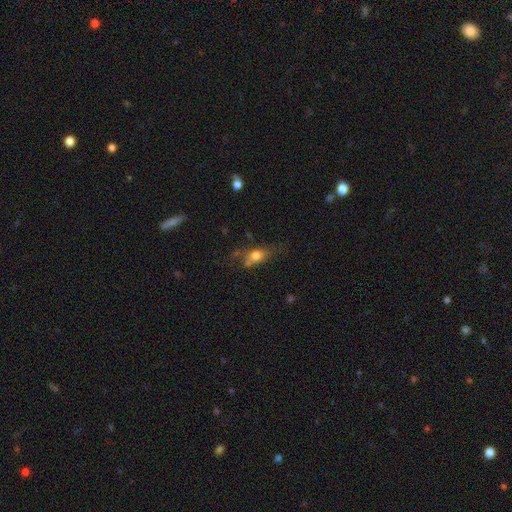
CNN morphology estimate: Smooth or featured?
  - smooth: 69% *
  - featured or disk: 20%
  - star or artifact: 11%
How rounded?
  - in between: 65% *
  - round: 21%
  - cigar-shaped: 14%
Merging?
  - none: 48% *
  - minor disturbance: 26%
  - major disturbance: 17%
  - merger: 9%